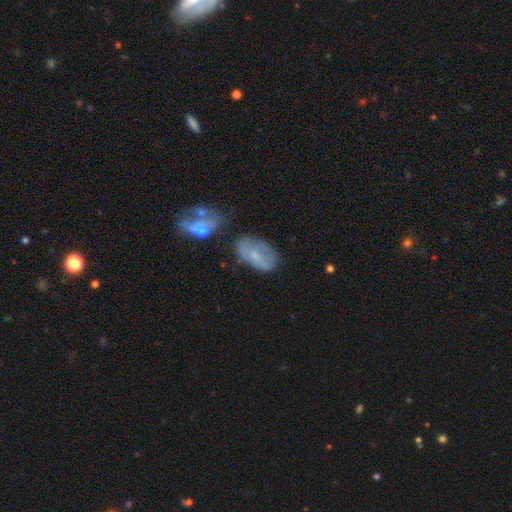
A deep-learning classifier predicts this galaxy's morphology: Q: Smooth or featured?
A: smooth (55%); runner-up: featured or disk (37%)
Q: How rounded?
A: in between (92%); runner-up: round (6%)
Q: Merging?
A: none (54%); runner-up: minor disturbance (27%)